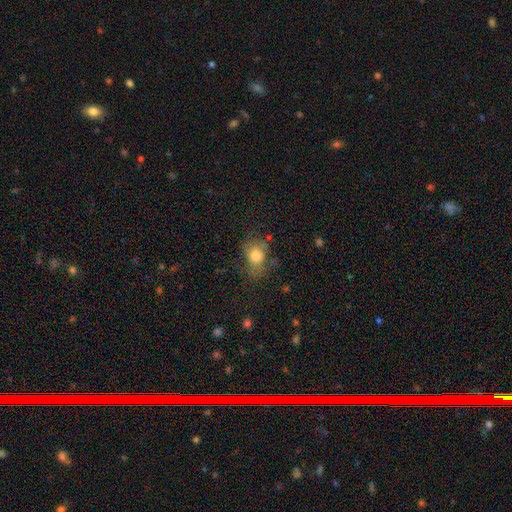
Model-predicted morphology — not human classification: type=smooth (76%); roundness=round (51%); merging=none (53%).